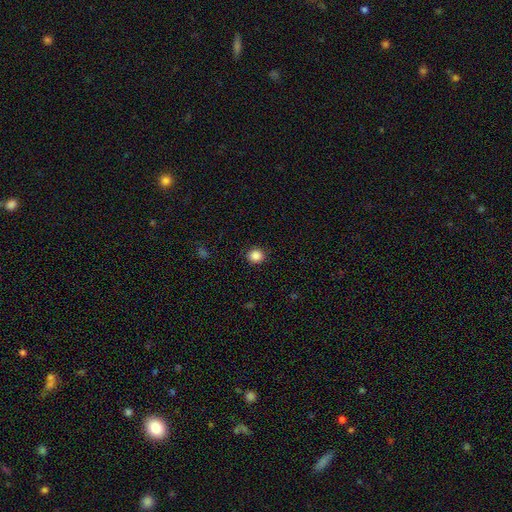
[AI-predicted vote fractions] This appears to be a smooth galaxy with no disk features (87%) that is round (87%). Merging: none (91%).